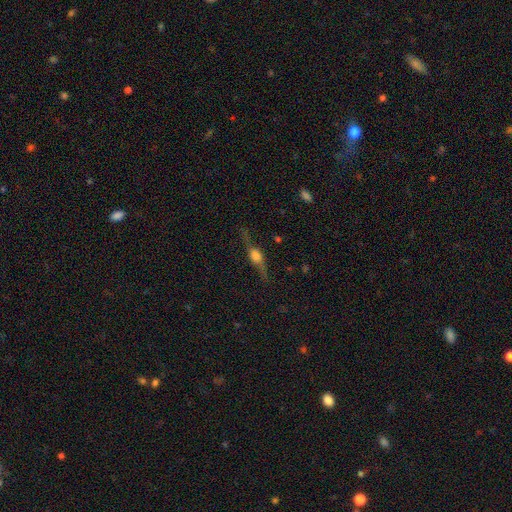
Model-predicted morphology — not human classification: A featured or disk galaxy (71%) viewed edge-on (92%) with a rounded central bulge (85%).

Vote fractions:
- Smooth or featured? featured or disk: 71% / smooth: 20% / star or artifact: 9%
- Edge-on disk? yes: 92% / no: 8%
- Edge-on bulge? rounded: 85% / boxy: 13% / none: 2%
- Merging? none: 76% / minor disturbance: 15% / major disturbance: 7% / merger: 2%